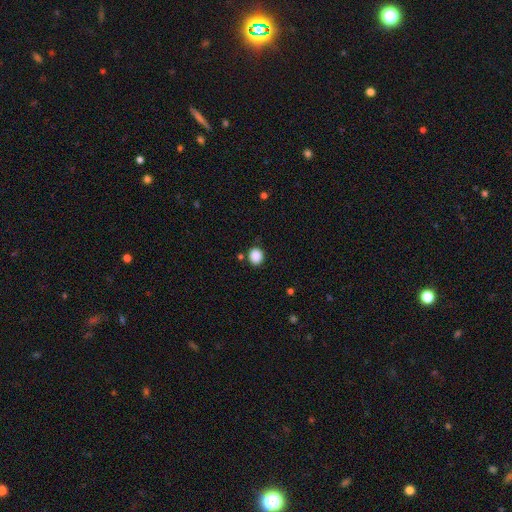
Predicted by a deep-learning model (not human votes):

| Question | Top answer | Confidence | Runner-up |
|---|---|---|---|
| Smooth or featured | smooth | 88% | star or artifact (9%) |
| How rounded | round | 75% | in between (24%) |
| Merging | none | 84% | minor disturbance (9%) |